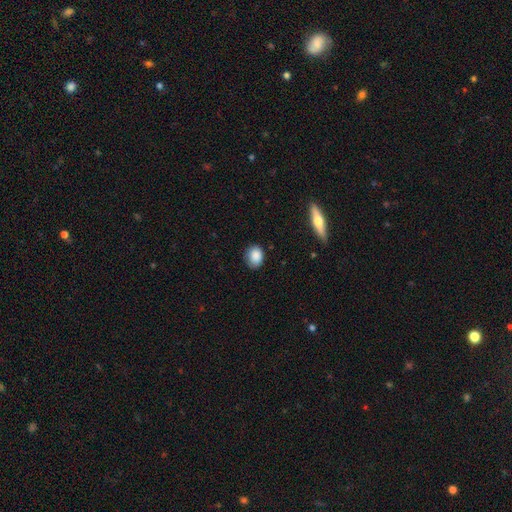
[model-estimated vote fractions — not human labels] Smooth or featured? smooth (87%)
How rounded? in between (54%)
Merging? none (75%)